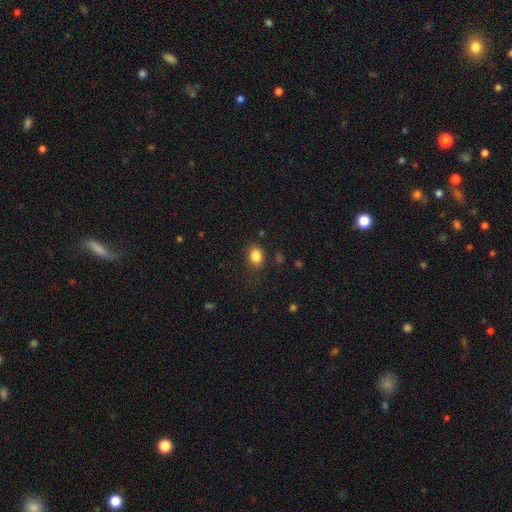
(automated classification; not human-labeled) smooth_or_featured: smooth (p=0.85) [alt: star or artifact p=0.10]
how_rounded: in between (p=0.60) [alt: round p=0.38]
merging: none (p=0.78) [alt: minor disturbance p=0.15]